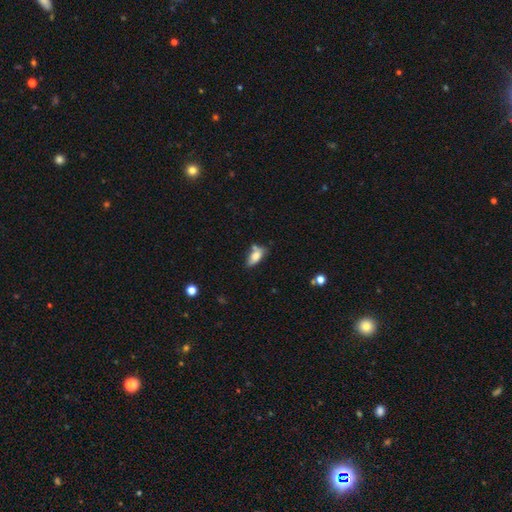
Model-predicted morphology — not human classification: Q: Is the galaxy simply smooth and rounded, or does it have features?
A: smooth — 76%.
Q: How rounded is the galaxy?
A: in between — 82%.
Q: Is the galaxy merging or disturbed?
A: none — 51%.